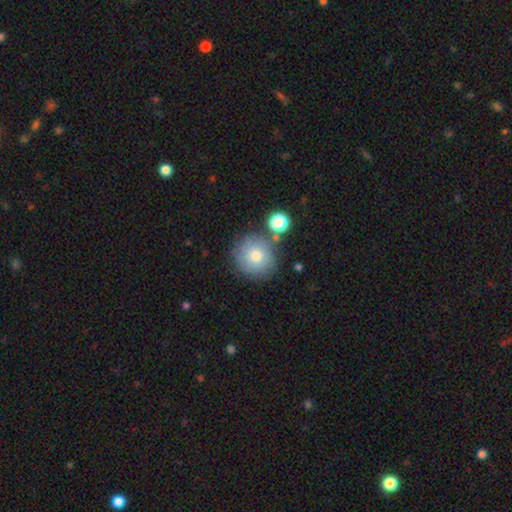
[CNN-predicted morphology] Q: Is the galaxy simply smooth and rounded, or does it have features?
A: smooth — 76%.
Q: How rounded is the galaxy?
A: round — 92%.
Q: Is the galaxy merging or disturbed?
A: none — 77%.